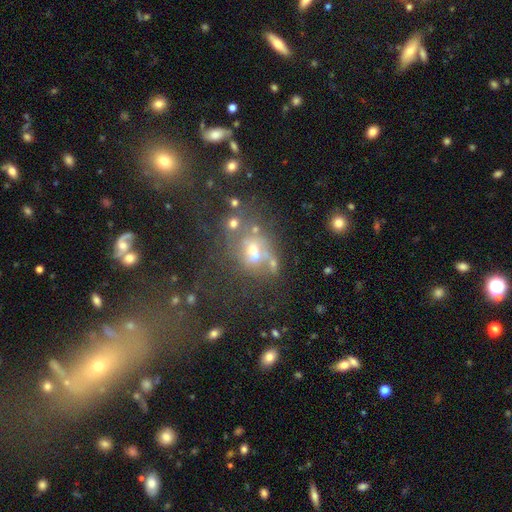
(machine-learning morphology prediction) Smooth or featured? featured or disk (39%)
Merging? merger (35%)